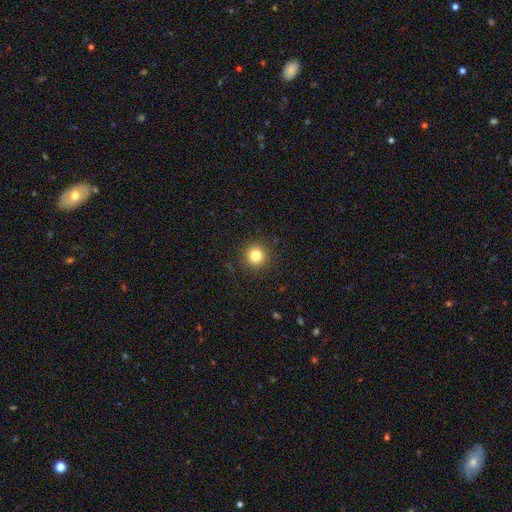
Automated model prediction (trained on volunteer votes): This is clearly a smooth galaxy (81%). How rounded: clearly round (95%). Merging: clearly none (92%).